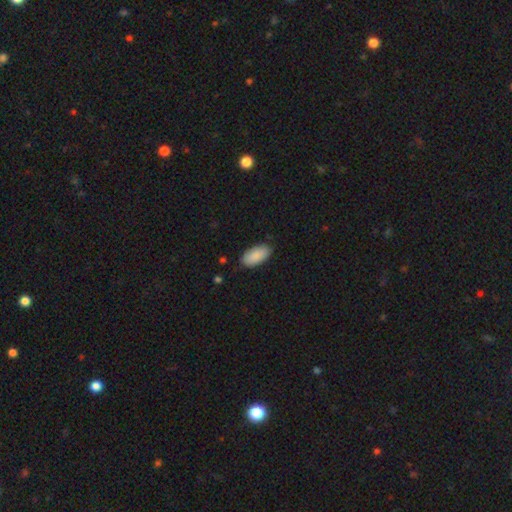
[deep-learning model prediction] Morphology: type=smooth (89%); roundness=in between (94%); merging=none (83%).